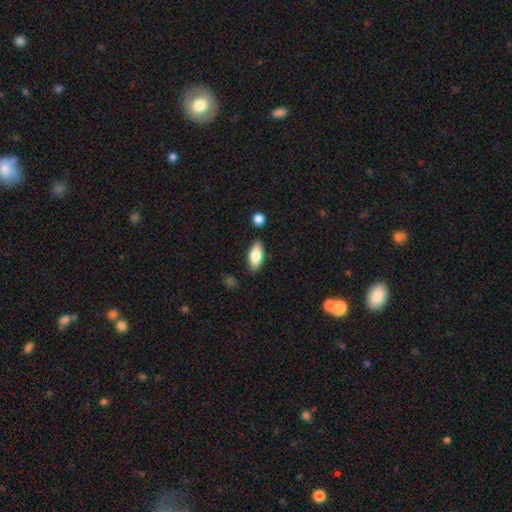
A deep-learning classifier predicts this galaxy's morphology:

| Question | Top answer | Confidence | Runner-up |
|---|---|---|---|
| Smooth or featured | smooth | 76% | featured or disk (18%) |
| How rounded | in between | 84% | cigar-shaped (13%) |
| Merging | none | 84% | minor disturbance (11%) |